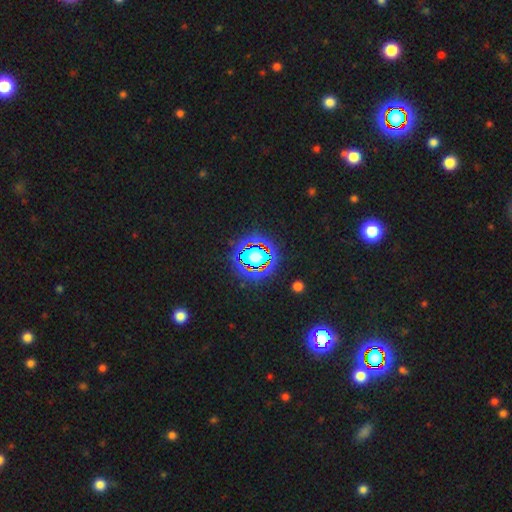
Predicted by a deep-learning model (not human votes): Smooth or featured?
  - star or artifact: 80% *
  - smooth: 12%
  - featured or disk: 7%